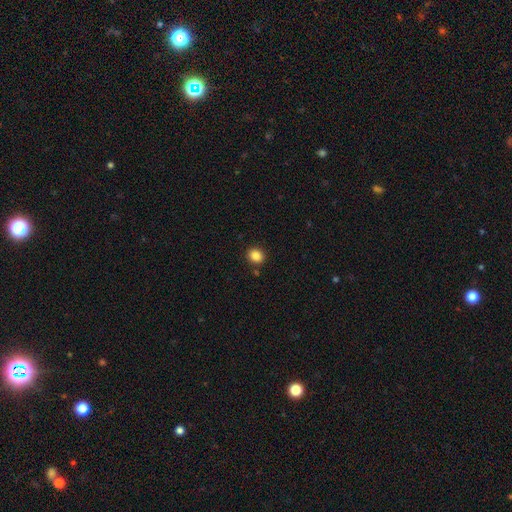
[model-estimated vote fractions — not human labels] smooth 86%, star or artifact 10%, featured or disk 4%. Down the decision tree: how rounded — round (63%); merging — none (87%).